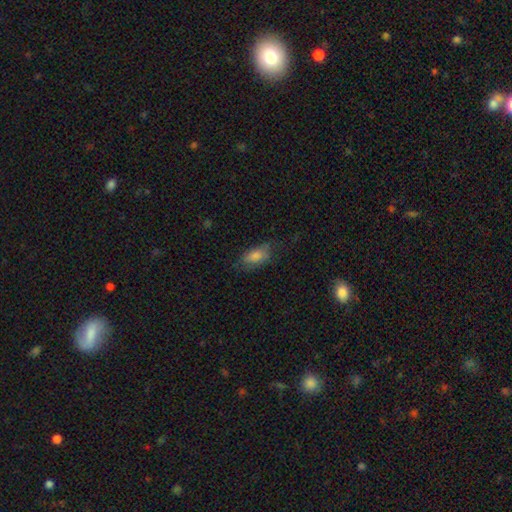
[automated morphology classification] Smooth or featured?
  - smooth: 77% *
  - featured or disk: 13%
  - star or artifact: 10%
How rounded?
  - in between: 85% *
  - cigar-shaped: 10%
  - round: 5%
Merging?
  - none: 64% *
  - minor disturbance: 25%
  - major disturbance: 9%
  - merger: 2%